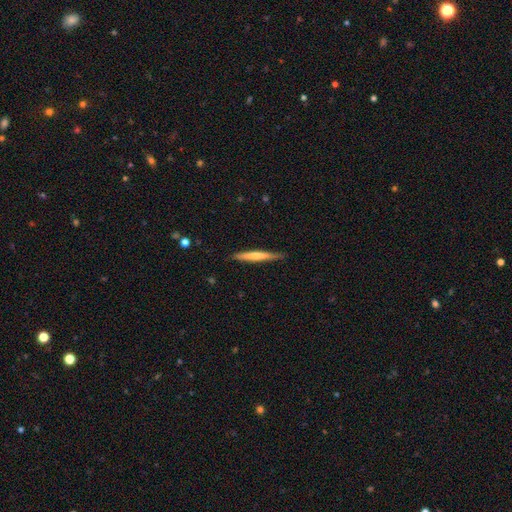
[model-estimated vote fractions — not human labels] A smooth galaxy with no disk features (58%) that is cigar-shaped (96%). Merging: none (87%).